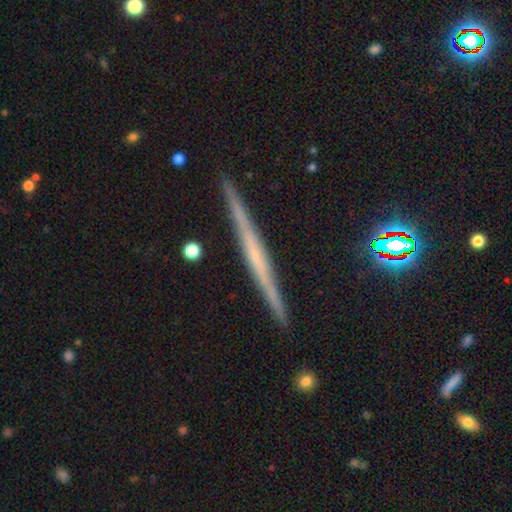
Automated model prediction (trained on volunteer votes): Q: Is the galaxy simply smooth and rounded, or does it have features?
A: featured or disk — 68%.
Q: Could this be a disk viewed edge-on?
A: yes — 98%.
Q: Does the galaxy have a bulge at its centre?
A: none — 73%.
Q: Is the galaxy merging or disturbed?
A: none — 91%.